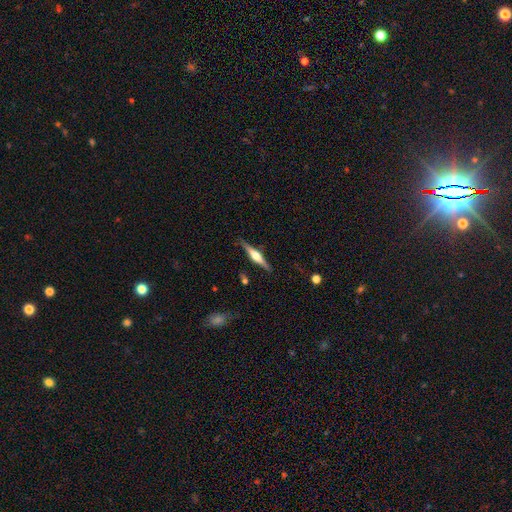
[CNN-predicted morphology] smooth_or_featured: featured or disk (p=0.73) [alt: smooth p=0.21]
disk_edge_on: yes (p=0.98) [alt: no p=0.02]
edge_on_bulge: rounded (p=0.88) [alt: boxy p=0.09]
merging: none (p=0.87) [alt: minor disturbance p=0.09]